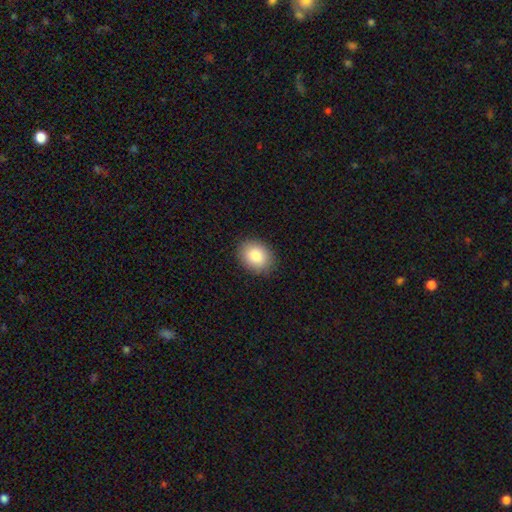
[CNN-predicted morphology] A smooth galaxy with no disk features (87%) that is in between round and cigar-shaped (64%).

Vote fractions:
- Smooth or featured? smooth: 87% / star or artifact: 7% / featured or disk: 5%
- How rounded? in between: 64% / round: 35% / cigar-shaped: 1%
- Merging? none: 88% / minor disturbance: 9% / major disturbance: 2% / merger: 1%